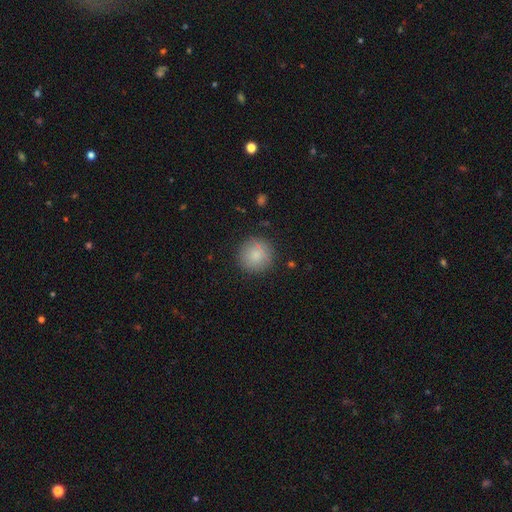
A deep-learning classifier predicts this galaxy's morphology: smooth_or_featured: smooth (p=0.83) [alt: star or artifact p=0.09]
how_rounded: round (p=0.95) [alt: in between p=0.04]
merging: none (p=0.85) [alt: minor disturbance p=0.10]